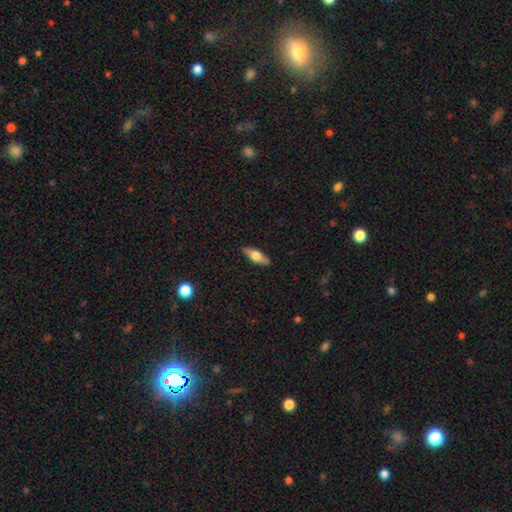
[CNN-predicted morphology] Smooth or featured: smooth — 55% (featured or disk — 39%)
How rounded: in between — 57% (cigar-shaped — 40%)
Merging: none — 88% (minor disturbance — 9%)